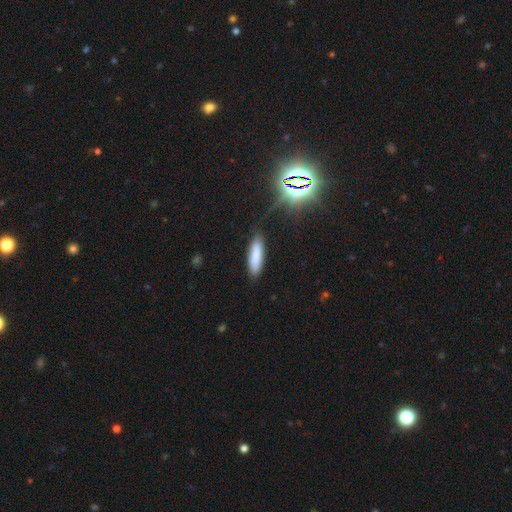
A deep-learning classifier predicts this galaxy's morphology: smooth-or-featured: smooth: 83% | featured or disk: 9% | star or artifact: 8%
  how-rounded: cigar-shaped: 64% | in between: 35% | round: 2%
  merging: none: 84% | minor disturbance: 12% | major disturbance: 3% | merger: 2%